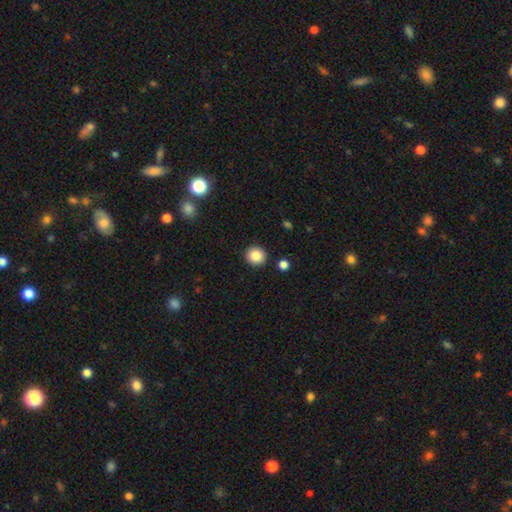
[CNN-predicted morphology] A smooth galaxy with no disk features (86%) that is round (88%). Merging: none (90%).